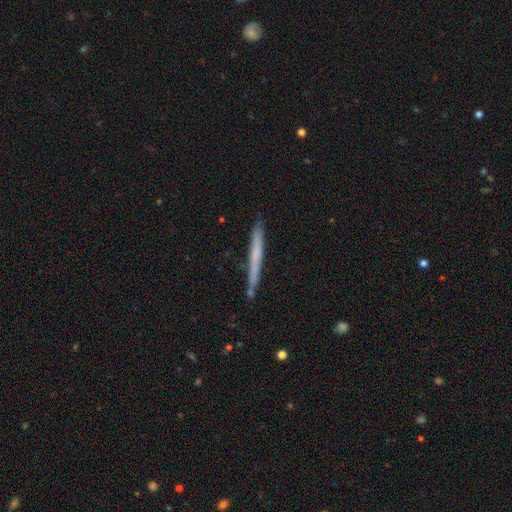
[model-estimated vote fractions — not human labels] smooth 48%, featured or disk 45%, star or artifact 6%. Down the decision tree: merging — none (86%).